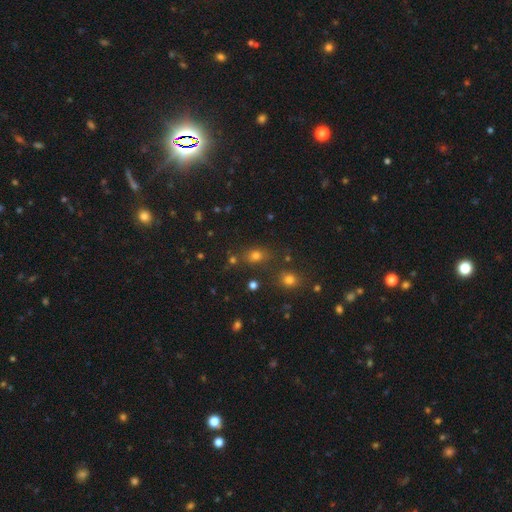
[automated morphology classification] Smooth or featured: smooth — 70% (star or artifact — 22%)
How rounded: in between — 55% (round — 42%)
Merging: none — 71% (minor disturbance — 13%)